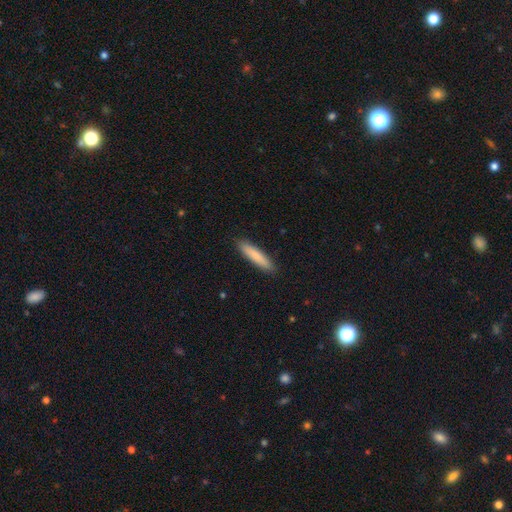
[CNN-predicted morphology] Smooth or featured: smooth — 82% (featured or disk — 12%)
How rounded: cigar-shaped — 86% (in between — 12%)
Merging: none — 90% (minor disturbance — 7%)